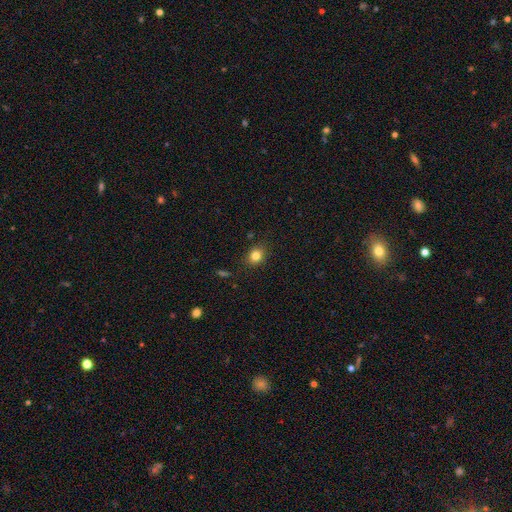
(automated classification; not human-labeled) This appears to be a smooth galaxy with no disk features (81%) that is round (61%). Merging: none (85%).